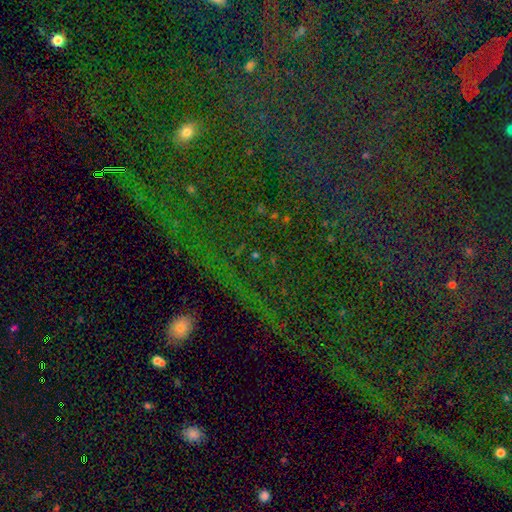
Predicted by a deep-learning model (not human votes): smooth-or-featured: star or artifact: 71% | smooth: 19% | featured or disk: 10%